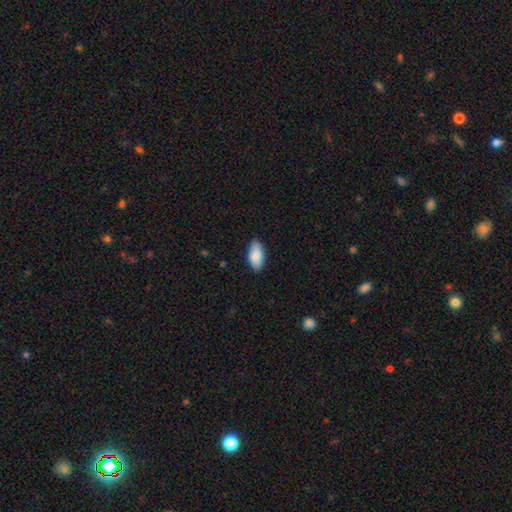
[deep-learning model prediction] A smooth galaxy with no disk features (87%) that is in between round and cigar-shaped (92%).

Vote fractions:
- Smooth or featured? smooth: 87% / featured or disk: 7% / star or artifact: 6%
- How rounded? in between: 92% / cigar-shaped: 6% / round: 2%
- Merging? none: 88% / minor disturbance: 9% / major disturbance: 2% / merger: 1%